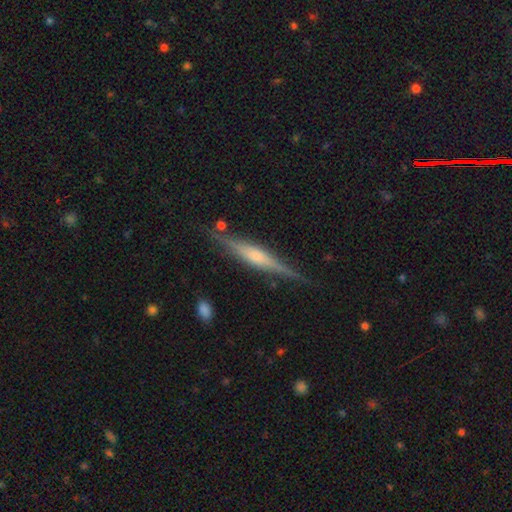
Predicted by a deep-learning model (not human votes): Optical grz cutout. It shows a featured or disk galaxy (71%) viewed edge-on (97%) with a rounded central bulge (63%). Merging: none (84%).